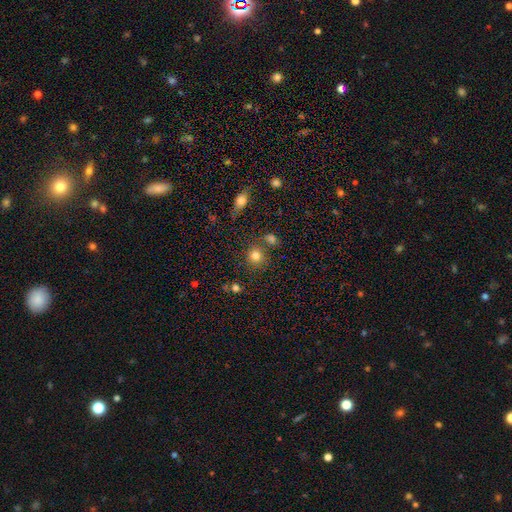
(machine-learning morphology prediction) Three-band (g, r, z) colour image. It shows a smooth galaxy with no disk features (81%) that is round (88%). Merging: none (74%).